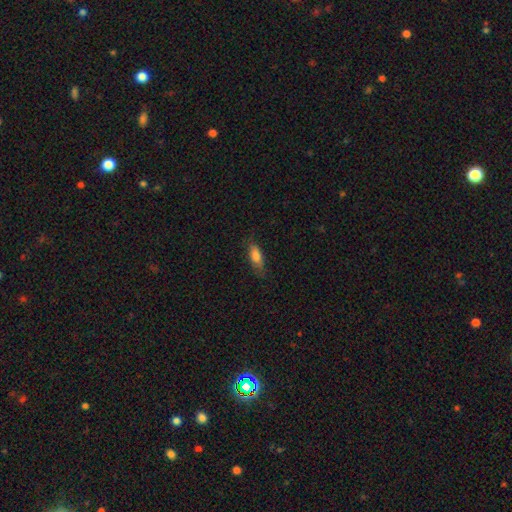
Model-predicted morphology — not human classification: smooth 79%, featured or disk 14%, star or artifact 7%. Down the decision tree: how rounded — in between (72%); merging — none (74%).